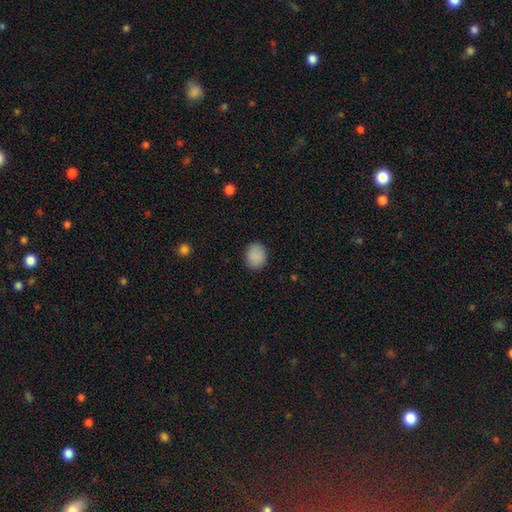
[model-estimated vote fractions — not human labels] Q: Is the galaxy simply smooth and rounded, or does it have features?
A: smooth — 89%.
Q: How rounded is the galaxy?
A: round — 60%.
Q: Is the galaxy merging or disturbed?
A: none — 89%.